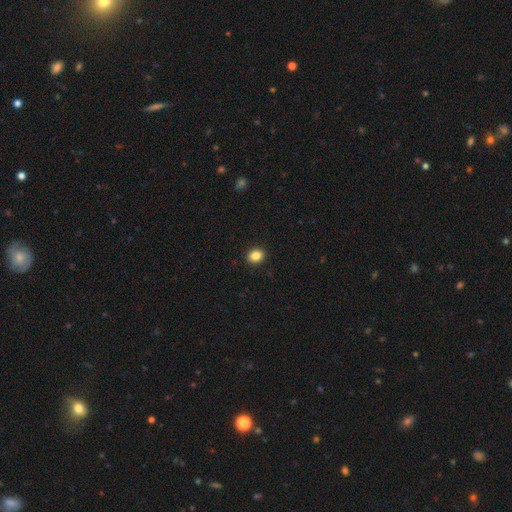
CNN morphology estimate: Smooth or featured: smooth — 86% (star or artifact — 10%)
How rounded: in between — 50% (round — 49%)
Merging: none — 92% (minor disturbance — 6%)